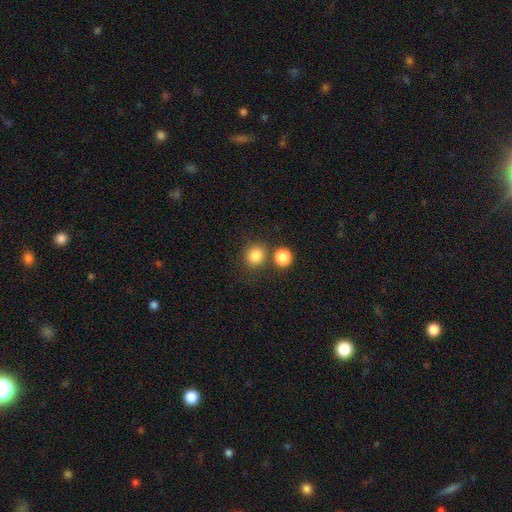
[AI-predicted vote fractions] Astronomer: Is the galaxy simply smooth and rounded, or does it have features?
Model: smooth — 83%.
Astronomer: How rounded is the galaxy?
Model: round — 86%.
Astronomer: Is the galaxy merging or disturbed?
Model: none — 73%.